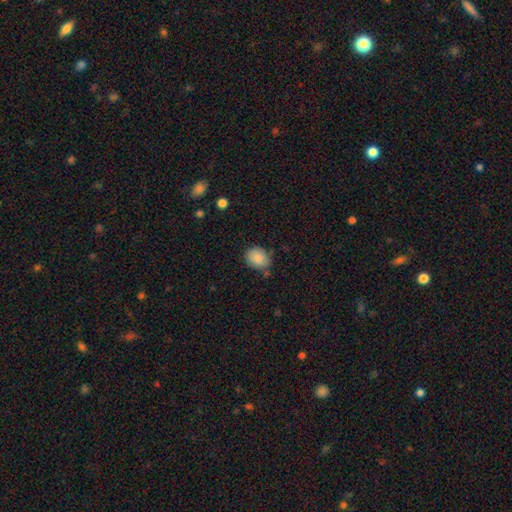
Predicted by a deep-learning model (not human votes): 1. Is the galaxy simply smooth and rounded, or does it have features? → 87% smooth, 8% star or artifact, 5% featured or disk.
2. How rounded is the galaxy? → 50% in between, 49% round, 1% cigar-shaped.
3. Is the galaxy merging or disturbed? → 73% none, 19% minor disturbance, 4% merger, 4% major disturbance.